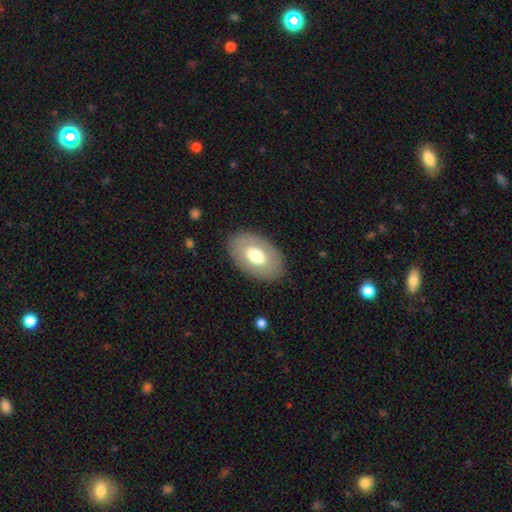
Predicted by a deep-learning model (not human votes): Morphology: type=smooth (62%); roundness=in between (90%); merging=none (86%).